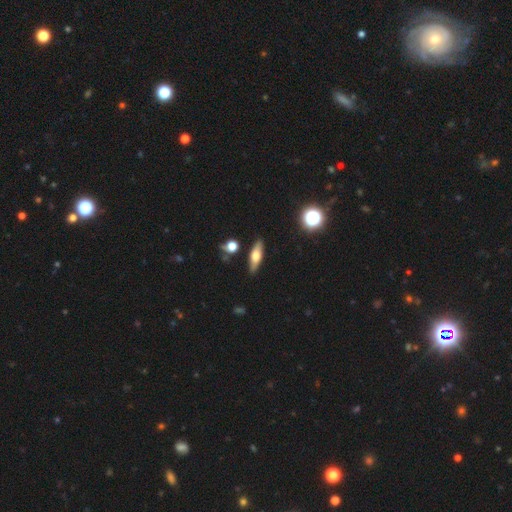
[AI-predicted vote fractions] Smooth or featured?
  - smooth: 53% *
  - featured or disk: 38%
  - star or artifact: 8%
How rounded?
  - cigar-shaped: 49% *
  - in between: 46%
  - round: 4%
Merging?
  - none: 86% *
  - minor disturbance: 10%
  - merger: 3%
  - major disturbance: 2%